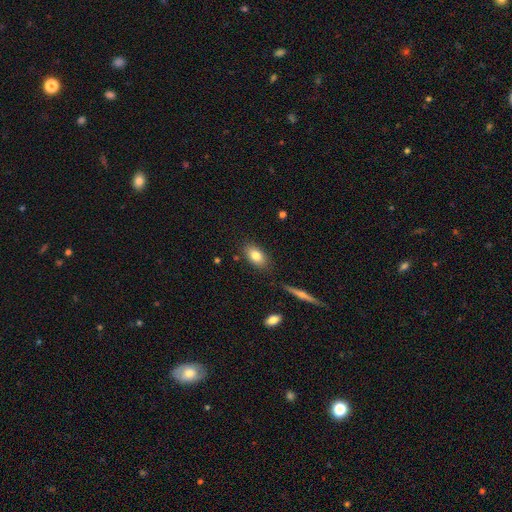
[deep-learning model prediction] The model was most divided on "smooth or featured": smooth: 80%, featured or disk: 12%, star or artifact: 8%. More confident: how rounded — in between (88%); merging — none (83%).